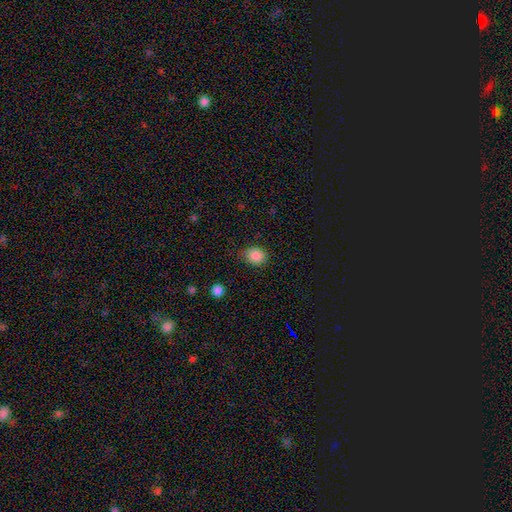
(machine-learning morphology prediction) Smooth or featured?
  - smooth: 87% *
  - star or artifact: 10%
  - featured or disk: 4%
How rounded?
  - round: 65% *
  - in between: 34%
  - cigar-shaped: 1%
Merging?
  - none: 76% *
  - minor disturbance: 19%
  - major disturbance: 4%
  - merger: 2%